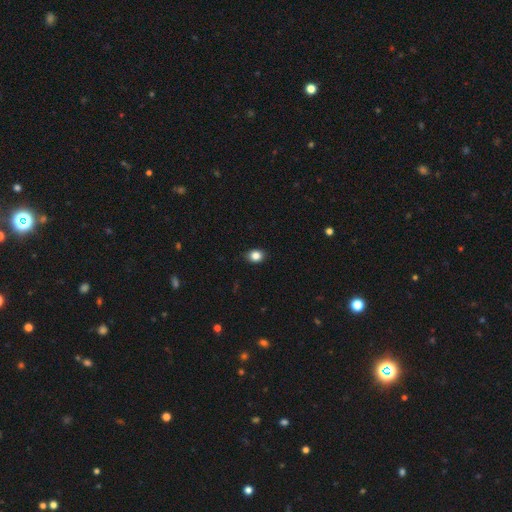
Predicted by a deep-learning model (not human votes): Smooth or featured?
  - smooth: 85% *
  - star or artifact: 10%
  - featured or disk: 5%
How rounded?
  - round: 50% *
  - in between: 49%
  - cigar-shaped: 1%
Merging?
  - none: 88% *
  - minor disturbance: 10%
  - major disturbance: 2%
  - merger: 1%